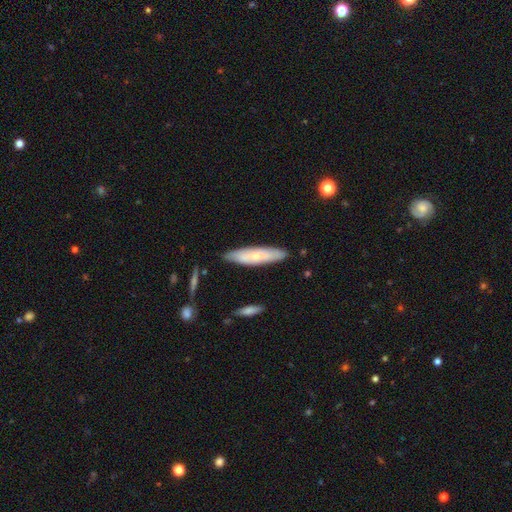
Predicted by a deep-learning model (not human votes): smooth-or-featured: smooth: 51% | featured or disk: 42% | star or artifact: 6%
  how-rounded: cigar-shaped: 75% | in between: 23% | round: 2%
  merging: none: 85% | minor disturbance: 12% | major disturbance: 2% | merger: 2%